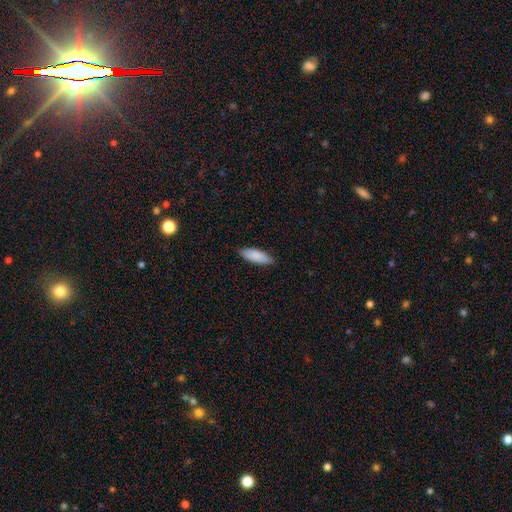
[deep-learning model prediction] Smooth or featured? smooth (88%)
How rounded? in between (66%)
Merging? none (86%)